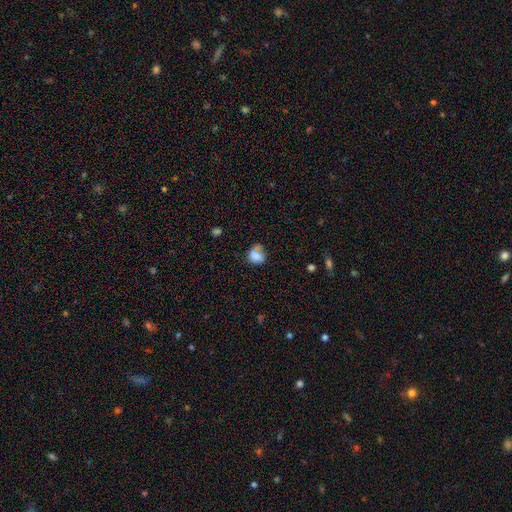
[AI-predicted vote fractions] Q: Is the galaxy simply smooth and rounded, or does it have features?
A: smooth — 74%.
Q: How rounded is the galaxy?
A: round — 61%.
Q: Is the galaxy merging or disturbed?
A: none — 43%.